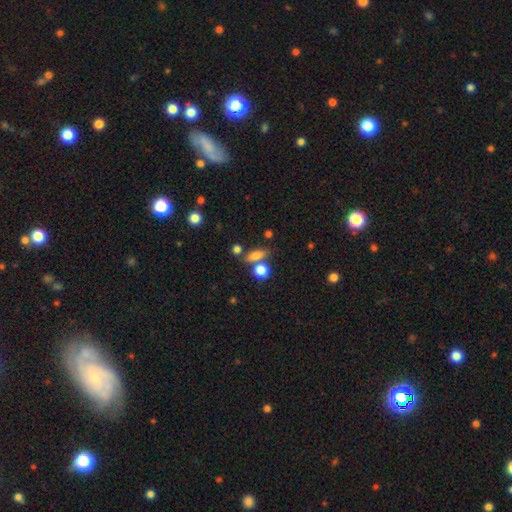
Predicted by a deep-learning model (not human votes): smooth_or_featured: smooth (p=0.78) [alt: star or artifact p=0.12]
how_rounded: in between (p=0.58) [alt: round p=0.22]
merging: none (p=0.58) [alt: merger p=0.24]